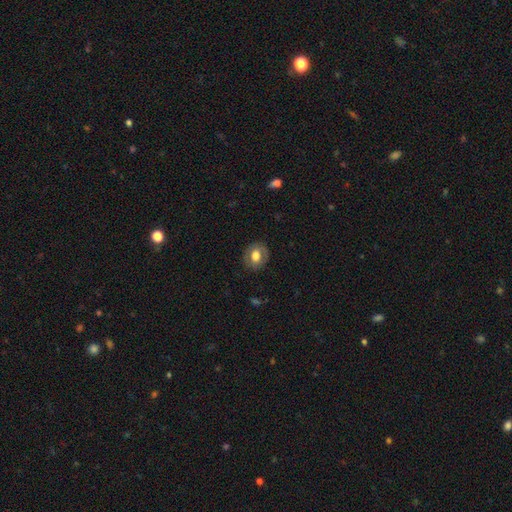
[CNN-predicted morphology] smooth-or-featured: smooth: 65% | featured or disk: 28% | star or artifact: 8%
  how-rounded: round: 57% | in between: 41% | cigar-shaped: 1%
  merging: none: 83% | minor disturbance: 12% | major disturbance: 4% | merger: 1%